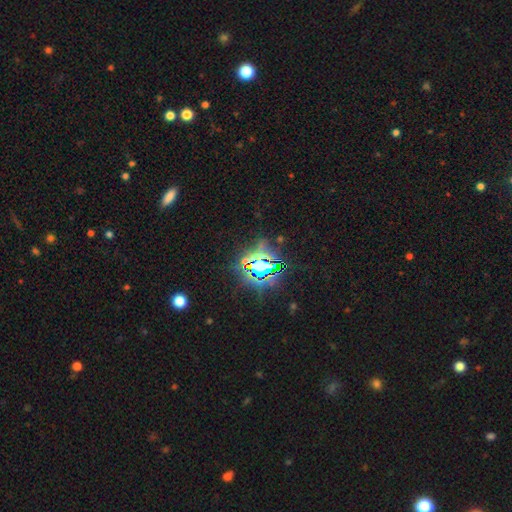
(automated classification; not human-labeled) smooth-or-featured: star or artifact: 81% | smooth: 11% | featured or disk: 8%